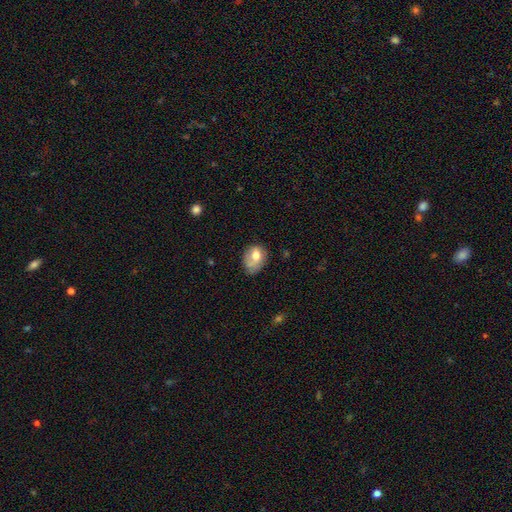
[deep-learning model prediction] Q: Smooth or featured?
A: smooth (71%); runner-up: featured or disk (20%)
Q: How rounded?
A: in between (64%); runner-up: round (35%)
Q: Merging?
A: none (41%); runner-up: minor disturbance (35%)